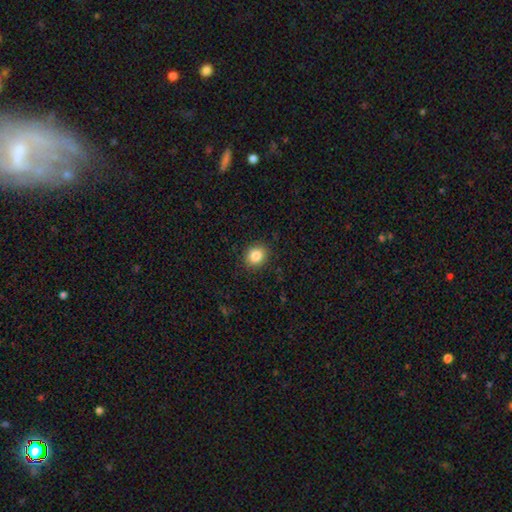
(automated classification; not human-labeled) This is clearly a smooth galaxy (84%). How rounded: likely round (72%). Merging: clearly none (90%).